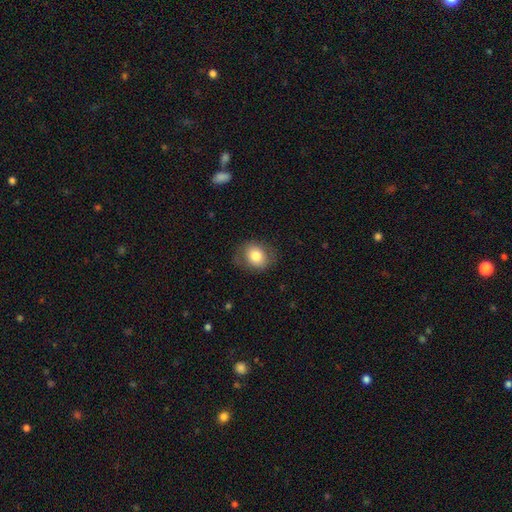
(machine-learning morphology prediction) type=smooth (76%); roundness=round (51%); merging=none (74%).